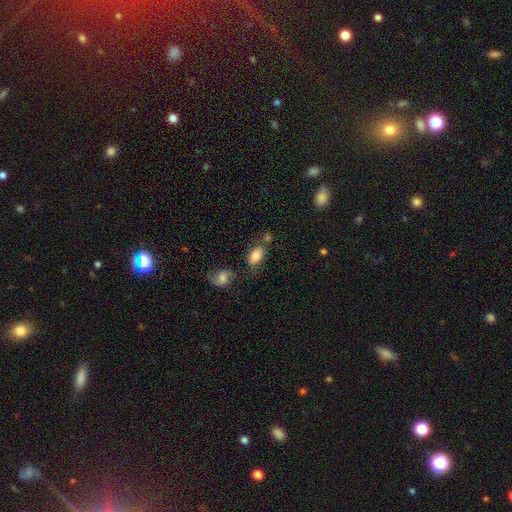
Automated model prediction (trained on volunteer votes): The model was most divided on "merging": none: 62%, minor disturbance: 18%, merger: 15%, major disturbance: 6%. More confident: how rounded — in between (90%); smooth or featured — smooth (81%).